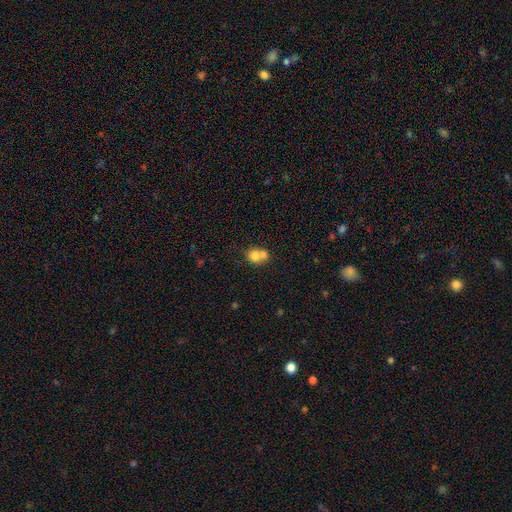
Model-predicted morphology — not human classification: The model was most divided on "merging": merger: 58%, none: 30%, minor disturbance: 8%, major disturbance: 4%. More confident: smooth or featured — smooth (73%); how rounded — round (68%).